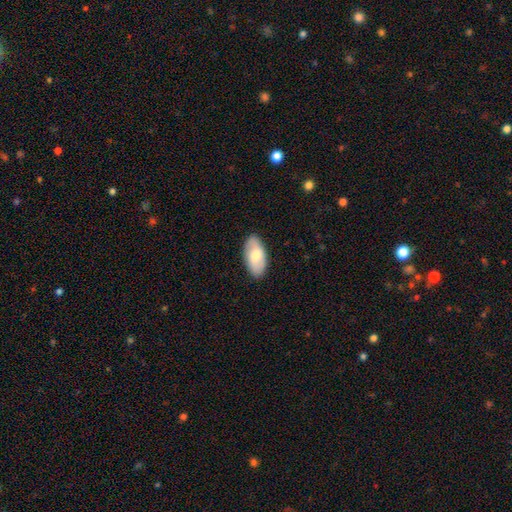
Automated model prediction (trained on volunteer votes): Q: Smooth or featured?
A: smooth (70%); runner-up: featured or disk (25%)
Q: How rounded?
A: in between (94%); runner-up: cigar-shaped (3%)
Q: Merging?
A: none (87%); runner-up: minor disturbance (10%)